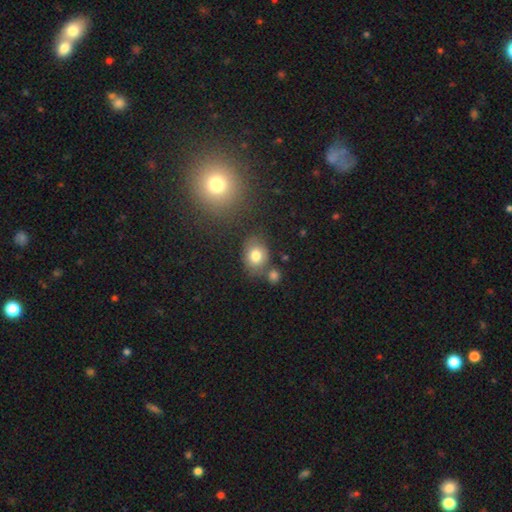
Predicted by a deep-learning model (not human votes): This is likely a smooth galaxy (78%). How rounded: possibly round (50%). Merging: likely none (67%).